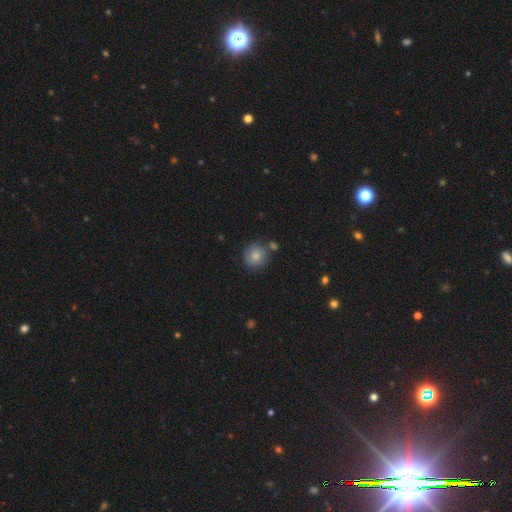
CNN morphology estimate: A smooth galaxy with no disk features (84%) that is round (91%). Merging: none (76%).